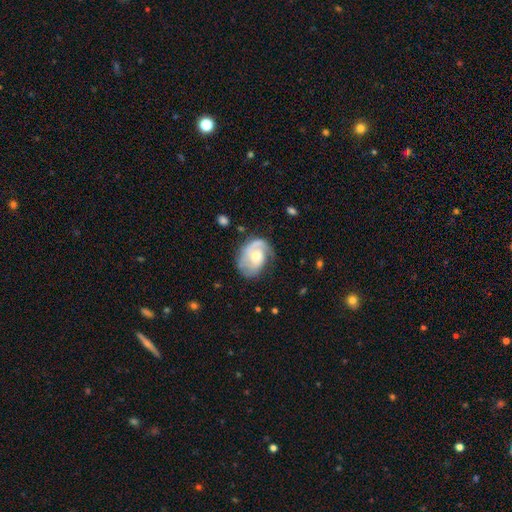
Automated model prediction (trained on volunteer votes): Morphology: type=featured or disk (76%); edge-on=no (97%); bar=no (70%); spiral arms=yes (91%); winding=tight (42%); arm count=2 (40%); bulge=moderate (62%); merging=none (62%).